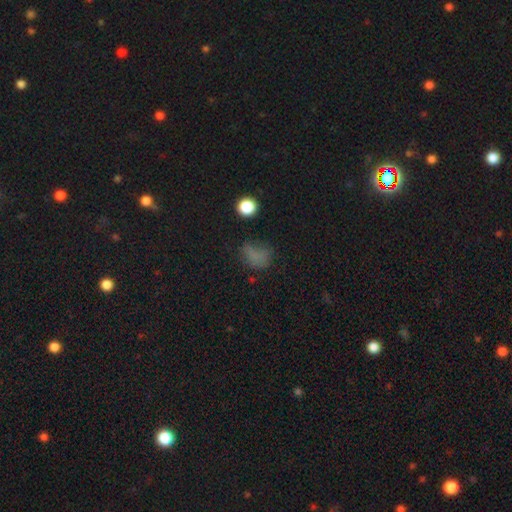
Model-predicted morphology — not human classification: Smooth or featured: smooth — 65% (star or artifact — 23%)
How rounded: in between — 51% (round — 47%)
Merging: none — 49% (minor disturbance — 25%)